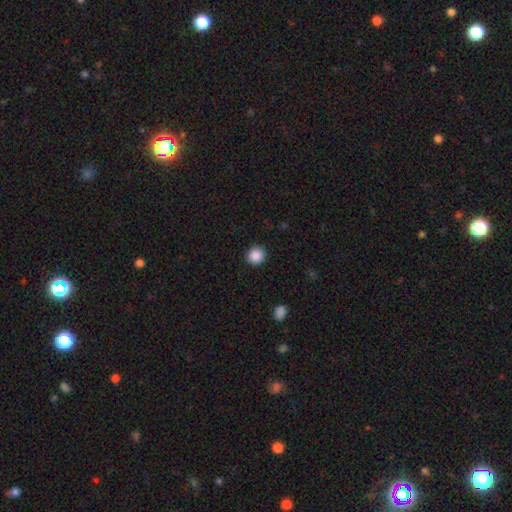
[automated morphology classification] smooth_or_featured: smooth (p=0.88) [alt: star or artifact p=0.10]
how_rounded: round (p=0.94) [alt: in between p=0.05]
merging: none (p=0.91) [alt: minor disturbance p=0.06]